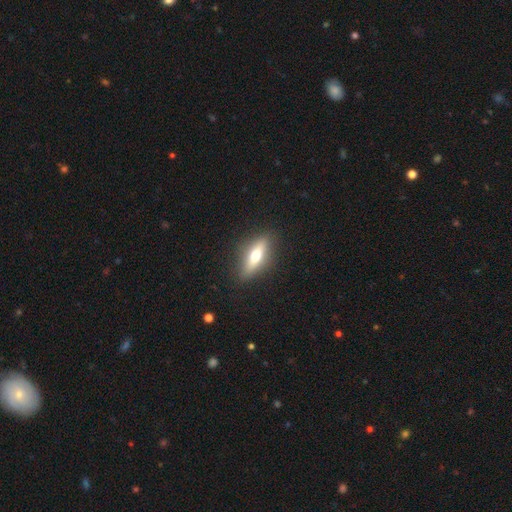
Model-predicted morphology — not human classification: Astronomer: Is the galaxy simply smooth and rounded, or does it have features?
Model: smooth — 49% (runner-up: featured or disk, 45%).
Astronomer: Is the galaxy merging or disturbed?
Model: none — 87%.